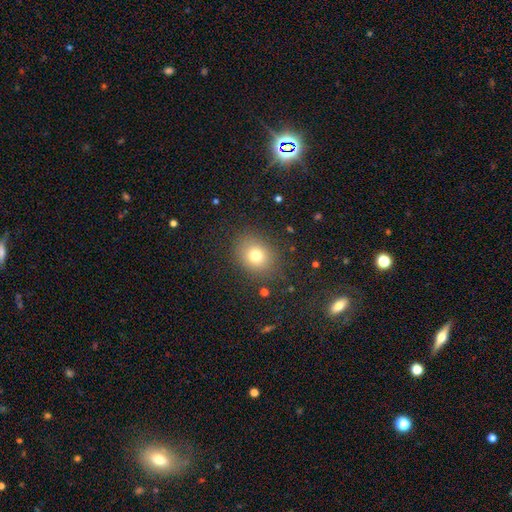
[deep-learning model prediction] The model was most divided on "how rounded": round: 62%, in between: 37%, cigar-shaped: 1%. More confident: merging — none (83%); smooth or featured — smooth (76%).